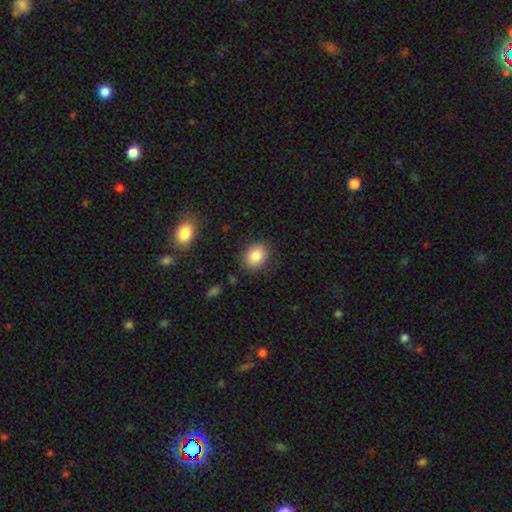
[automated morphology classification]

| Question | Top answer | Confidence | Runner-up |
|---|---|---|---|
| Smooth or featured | smooth | 84% | star or artifact (8%) |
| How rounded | in between | 51% | round (48%) |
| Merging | none | 84% | minor disturbance (11%) |